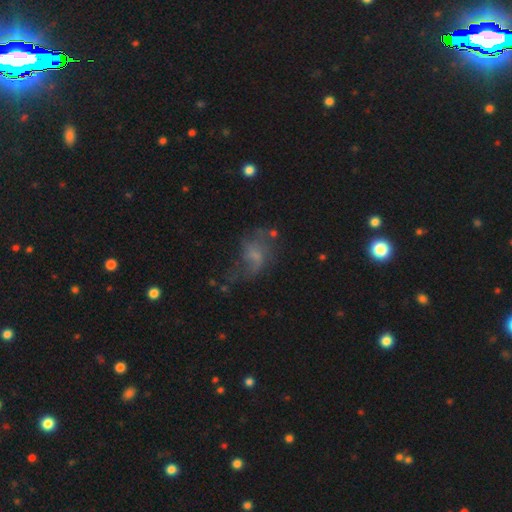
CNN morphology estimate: featured or disk 54%, smooth 30%, star or artifact 16%. Down the decision tree: edge-on disk — no (96%); bar — no (60%); spiral arms — yes (66%); bulge size — small (45%); merging — none (40%).